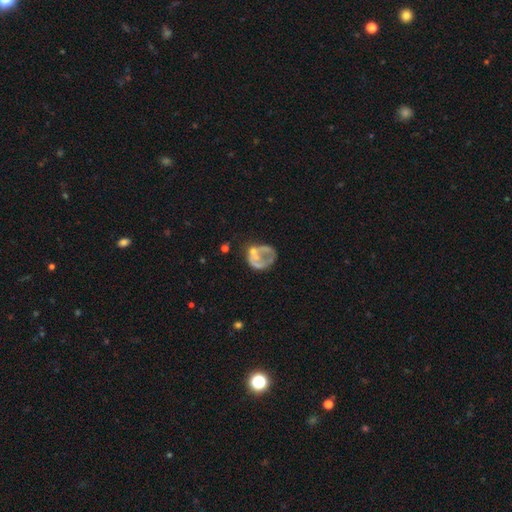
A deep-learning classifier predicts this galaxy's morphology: smooth-or-featured: featured or disk: 53% | smooth: 35% | star or artifact: 12%
  disk-edge-on: no: 98% | yes: 2%
    bar: no: 91% | weak: 7% | strong: 2%
    has-spiral-arms: no: 86% | yes: 14%
    bulge-size: none: 63% | small: 19% | moderate: 14% | large: 2% | dominant: 2%
  merging: major disturbance: 36% | none: 31% | minor disturbance: 18% | merger: 15%